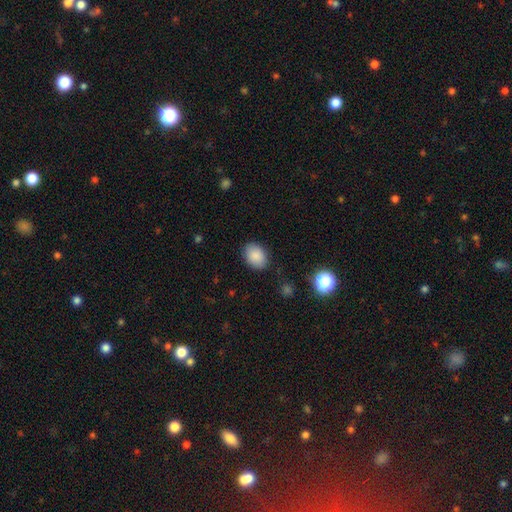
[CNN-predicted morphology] The model was most divided on "how rounded": in between: 72%, round: 27%, cigar-shaped: 1%. More confident: smooth or featured — smooth (87%); merging — none (85%).